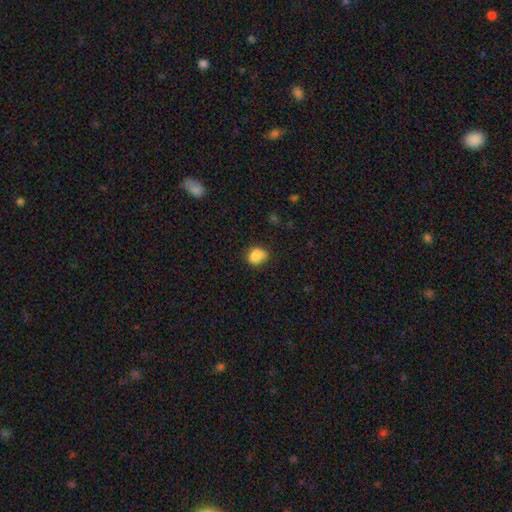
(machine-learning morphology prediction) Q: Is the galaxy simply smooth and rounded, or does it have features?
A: smooth — 81%.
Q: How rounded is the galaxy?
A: round — 57%.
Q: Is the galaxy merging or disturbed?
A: none — 51%.